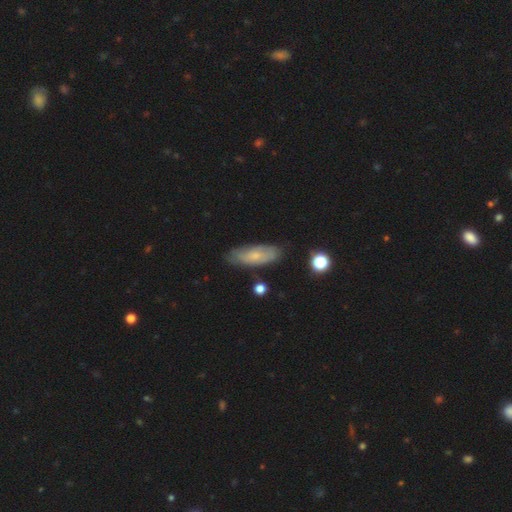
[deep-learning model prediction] Smooth or featured?
  - smooth: 55% *
  - featured or disk: 38%
  - star or artifact: 7%
How rounded?
  - in between: 66% *
  - cigar-shaped: 31%
  - round: 3%
Merging?
  - none: 77% *
  - minor disturbance: 17%
  - major disturbance: 3%
  - merger: 2%